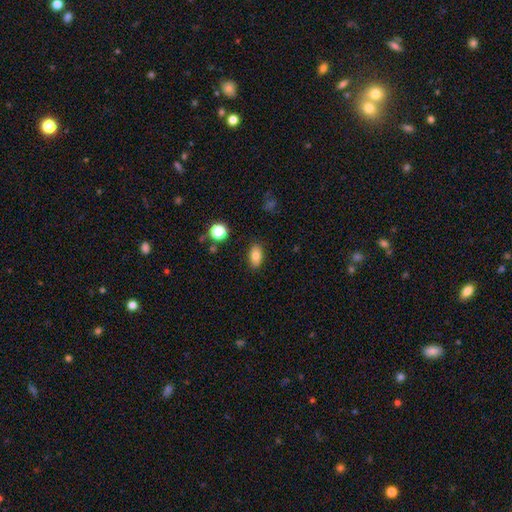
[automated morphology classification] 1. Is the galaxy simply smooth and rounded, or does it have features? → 81% smooth, 10% featured or disk, 9% star or artifact.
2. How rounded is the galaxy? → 89% in between, 8% round, 3% cigar-shaped.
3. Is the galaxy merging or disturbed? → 86% none, 10% minor disturbance, 2% major disturbance, 2% merger.